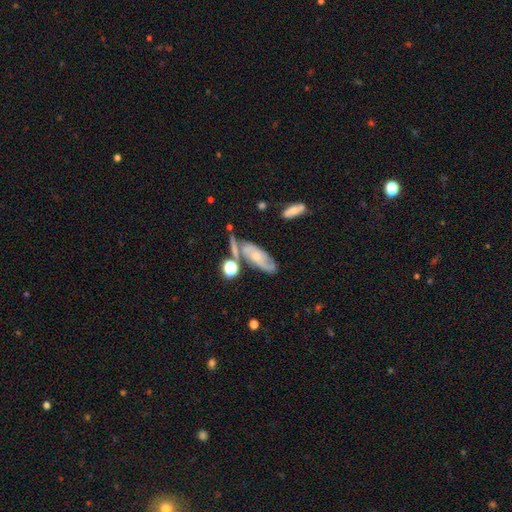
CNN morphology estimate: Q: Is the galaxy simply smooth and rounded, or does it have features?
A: featured or disk — 65%.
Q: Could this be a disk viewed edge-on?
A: no — 84%.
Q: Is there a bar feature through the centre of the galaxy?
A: no — 71%.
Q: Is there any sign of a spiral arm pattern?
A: yes — 83%.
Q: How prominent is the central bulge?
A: small — 60%.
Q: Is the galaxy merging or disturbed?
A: none — 52%.